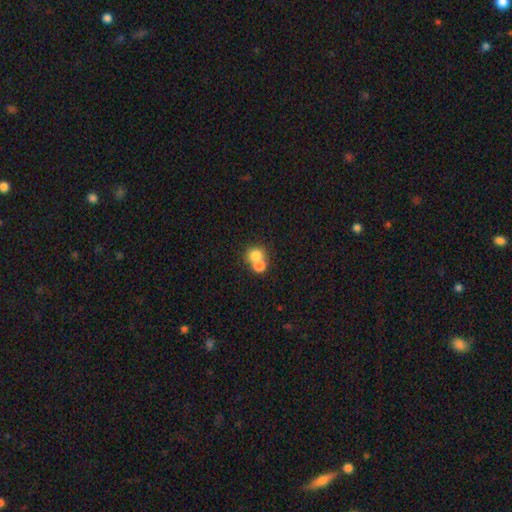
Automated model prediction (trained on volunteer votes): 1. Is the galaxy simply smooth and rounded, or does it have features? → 76% smooth, 14% featured or disk, 10% star or artifact.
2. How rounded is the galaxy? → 75% round, 24% in between, 1% cigar-shaped.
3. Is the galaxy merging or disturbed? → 60% merger, 32% none, 5% minor disturbance, 3% major disturbance.